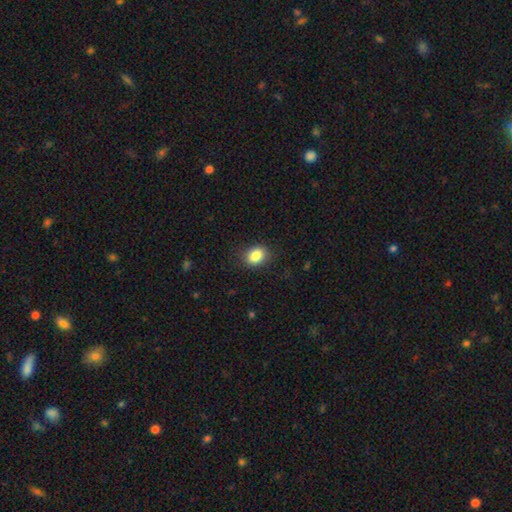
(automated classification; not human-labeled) smooth-or-featured: smooth: 85% | star or artifact: 9% | featured or disk: 5%
  how-rounded: in between: 62% | round: 37% | cigar-shaped: 1%
  merging: none: 85% | minor disturbance: 11% | major disturbance: 3% | merger: 1%